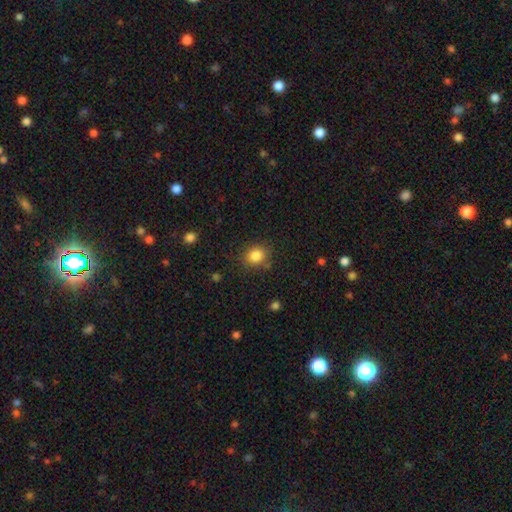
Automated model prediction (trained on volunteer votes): A smooth galaxy with no disk features (84%) that is round (71%).

Vote fractions:
- Smooth or featured? smooth: 84% / star or artifact: 11% / featured or disk: 5%
- How rounded? round: 71% / in between: 28% / cigar-shaped: 1%
- Merging? none: 82% / minor disturbance: 12% / major disturbance: 4% / merger: 3%